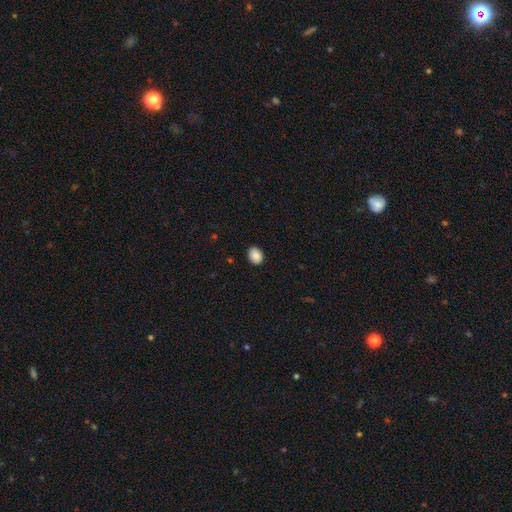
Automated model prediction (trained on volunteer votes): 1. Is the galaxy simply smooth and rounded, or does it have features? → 88% smooth, 8% star or artifact, 4% featured or disk.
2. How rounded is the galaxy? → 63% in between, 36% round, 1% cigar-shaped.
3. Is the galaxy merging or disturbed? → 89% none, 8% minor disturbance, 2% major disturbance, 1% merger.